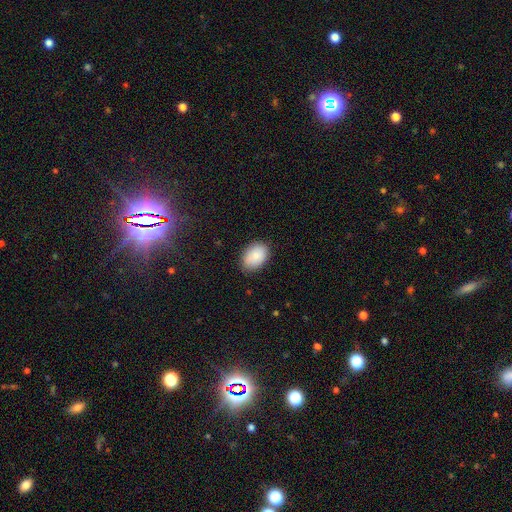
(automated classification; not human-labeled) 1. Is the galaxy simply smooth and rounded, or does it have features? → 85% smooth, 8% featured or disk, 7% star or artifact.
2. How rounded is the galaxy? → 82% in between, 17% round, 1% cigar-shaped.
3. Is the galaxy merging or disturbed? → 82% none, 14% minor disturbance, 3% major disturbance, 1% merger.